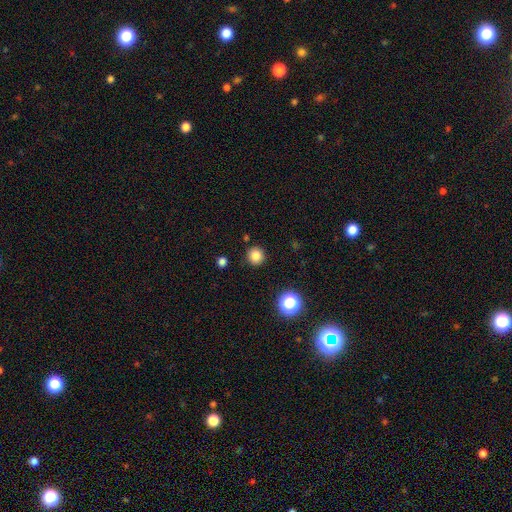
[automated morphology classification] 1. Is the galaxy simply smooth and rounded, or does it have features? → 83% smooth, 13% star or artifact, 4% featured or disk.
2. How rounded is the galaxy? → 93% round, 6% in between, 1% cigar-shaped.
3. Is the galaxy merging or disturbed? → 89% none, 7% minor disturbance, 2% major disturbance, 2% merger.